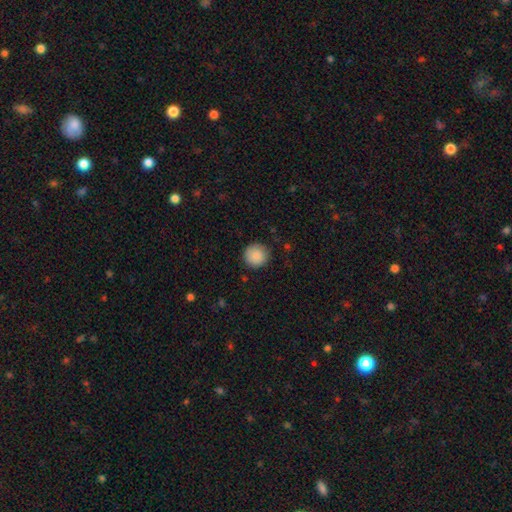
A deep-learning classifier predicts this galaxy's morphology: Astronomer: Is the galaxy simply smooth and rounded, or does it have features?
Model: smooth — 88%.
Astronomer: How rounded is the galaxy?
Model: round — 95%.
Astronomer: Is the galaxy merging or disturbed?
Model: none — 88%.